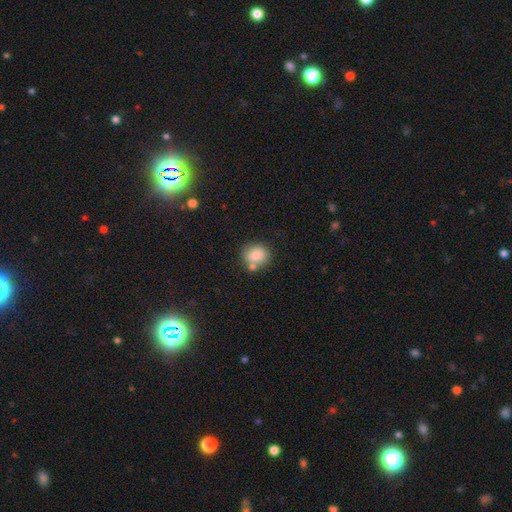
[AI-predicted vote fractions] Overall: smooth (83%). How rounded: round (73%). Merging: none (59%).